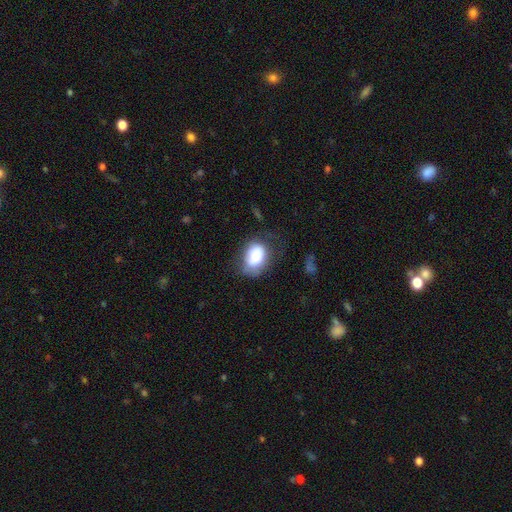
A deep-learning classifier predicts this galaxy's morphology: Smooth or featured?
  - smooth: 80% *
  - featured or disk: 13%
  - star or artifact: 7%
How rounded?
  - in between: 79% *
  - round: 20%
  - cigar-shaped: 1%
Merging?
  - none: 48% *
  - minor disturbance: 30%
  - major disturbance: 18%
  - merger: 4%